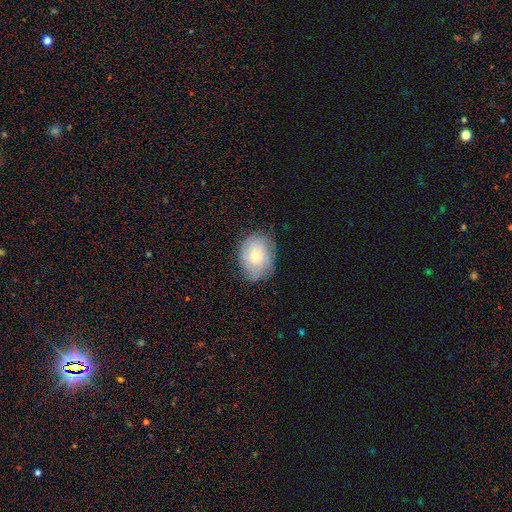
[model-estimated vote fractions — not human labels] smooth_or_featured: smooth (p=0.57) [alt: featured or disk p=0.35]
how_rounded: in between (p=0.70) [alt: round p=0.29]
merging: none (p=0.73) [alt: minor disturbance p=0.20]